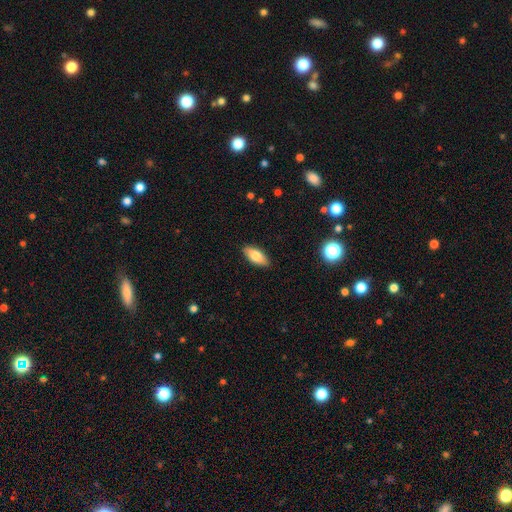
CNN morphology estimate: Smooth or featured? Predicted: smooth (p=0.79). How rounded? Predicted: in between (p=0.87). Merging? Predicted: none (p=0.89).